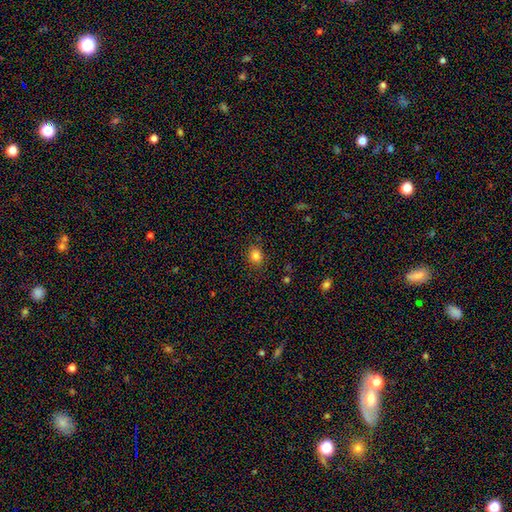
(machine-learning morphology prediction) type=smooth (83%); roundness=round (61%); merging=none (85%).